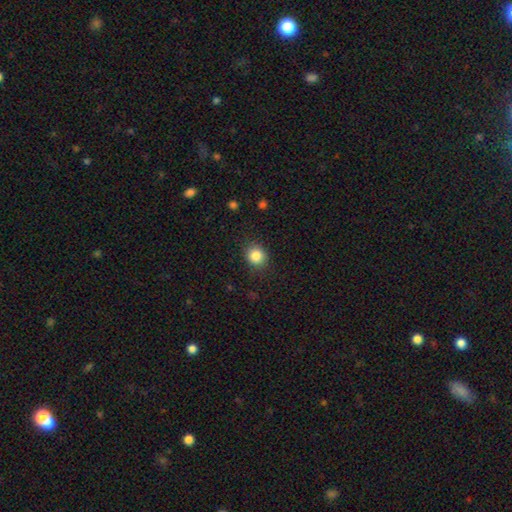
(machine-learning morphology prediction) This appears to be a smooth galaxy with no disk features (84%) that is round (78%). Merging: none (86%).